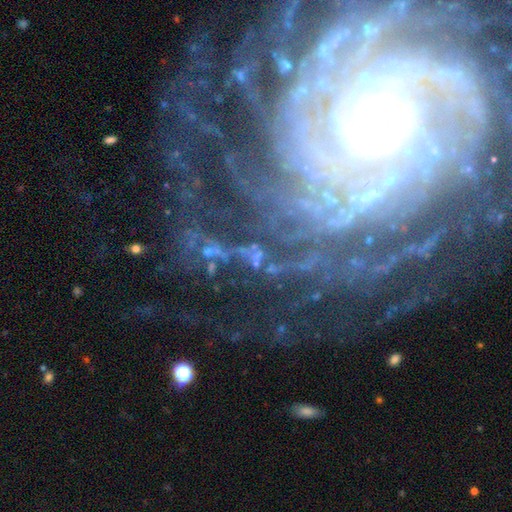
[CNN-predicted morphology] The model was most divided on "smooth or featured": star or artifact: 46%, featured or disk: 40%, smooth: 14%.